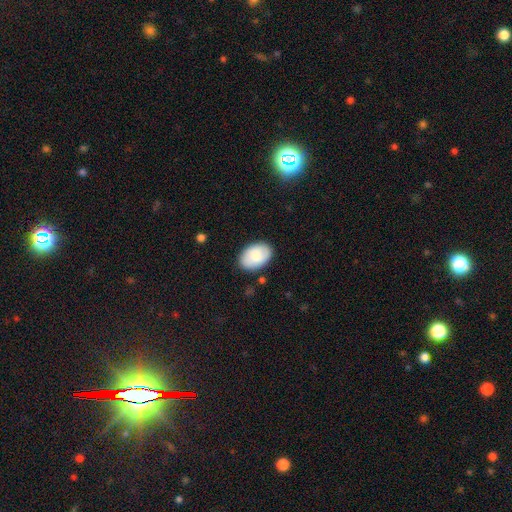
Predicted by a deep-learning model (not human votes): Smooth or featured?
  - smooth: 80% *
  - featured or disk: 14%
  - star or artifact: 6%
How rounded?
  - in between: 87% *
  - round: 11%
  - cigar-shaped: 1%
Merging?
  - none: 85% *
  - minor disturbance: 11%
  - major disturbance: 2%
  - merger: 2%